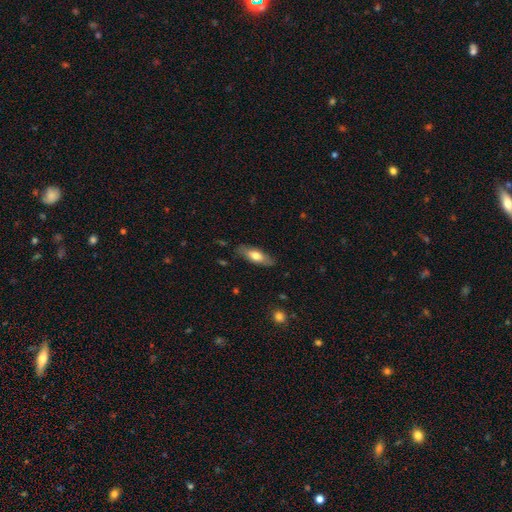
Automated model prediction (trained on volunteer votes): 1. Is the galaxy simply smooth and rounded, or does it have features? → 66% smooth, 28% featured or disk, 6% star or artifact.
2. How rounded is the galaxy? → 64% in between, 34% cigar-shaped, 2% round.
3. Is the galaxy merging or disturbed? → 82% none, 14% minor disturbance, 3% major disturbance, 1% merger.